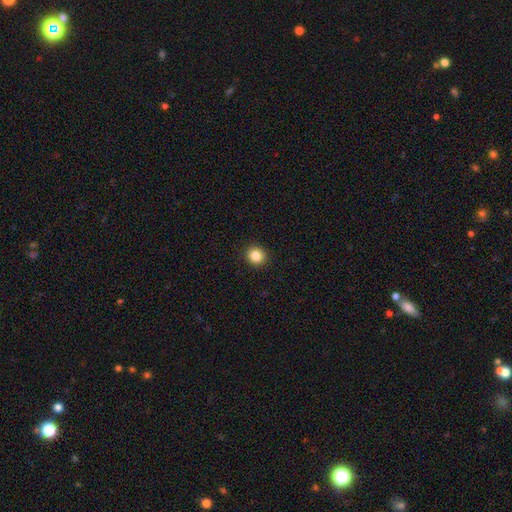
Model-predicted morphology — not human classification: smooth 84%, star or artifact 11%, featured or disk 5%. Down the decision tree: how rounded — round (91%); merging — none (93%).